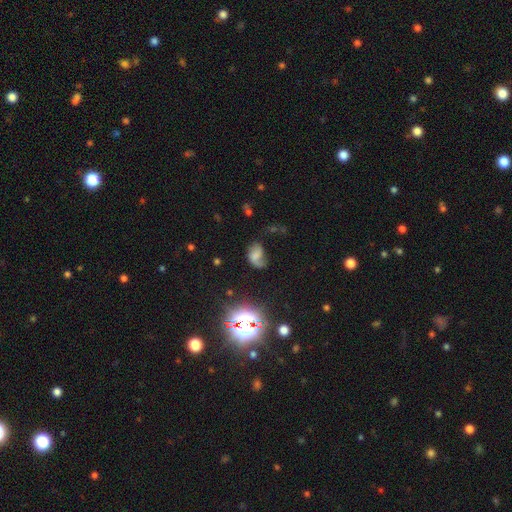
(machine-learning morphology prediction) A smooth galaxy with no disk features (45%).

Vote fractions:
- Smooth or featured? smooth: 45% / featured or disk: 38% / star or artifact: 17%
- Merging? none: 34% / major disturbance: 33% / minor disturbance: 26% / merger: 6%